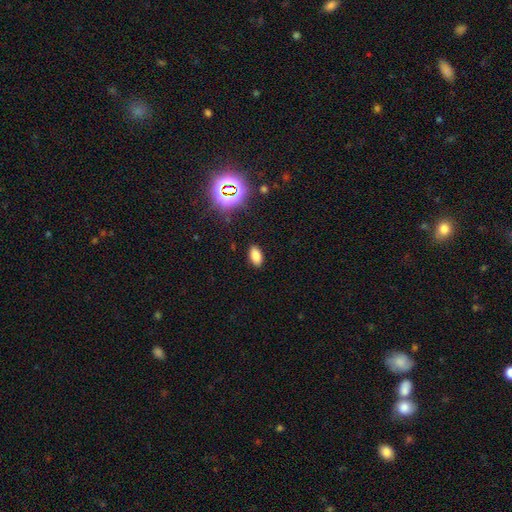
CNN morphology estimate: This appears to be a smooth galaxy with no disk features (79%) that is in between round and cigar-shaped (91%). Merging: none (88%).